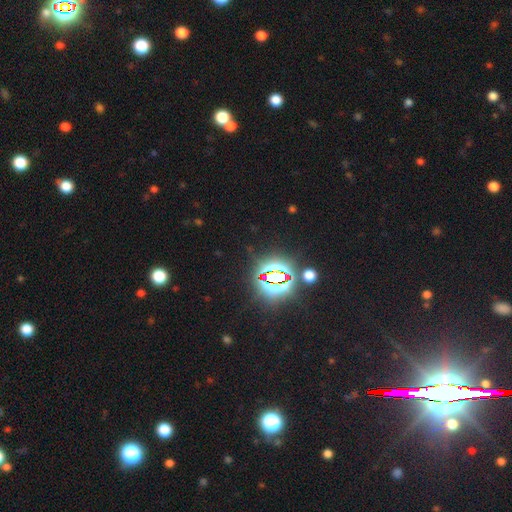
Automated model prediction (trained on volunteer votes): The model was most divided on "smooth or featured": star or artifact: 83%, smooth: 10%, featured or disk: 7%.